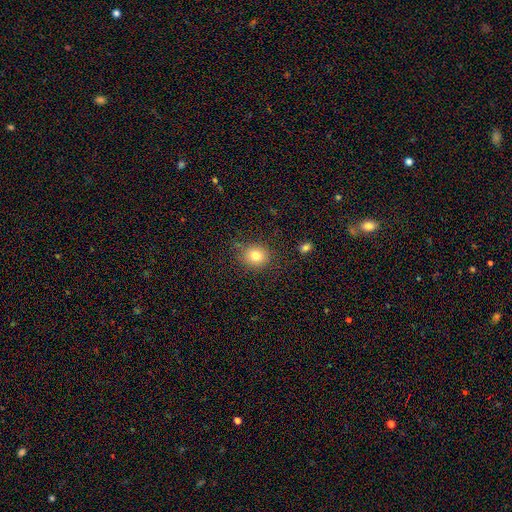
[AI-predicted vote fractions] This appears to be a smooth galaxy with no disk features (79%) that is round (80%). Merging: none (83%).